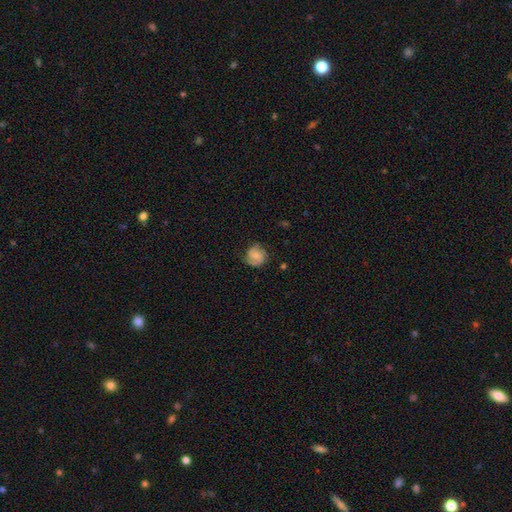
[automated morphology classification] Q: Smooth or featured?
A: featured or disk (54%); runner-up: smooth (38%)
Q: Edge-on disk?
A: no (98%); runner-up: yes (2%)
Q: Bar?
A: no (45%); runner-up: weak (44%)
Q: Spiral arms?
A: yes (91%); runner-up: no (9%)
Q: Bulge size?
A: small (42%); runner-up: moderate (29%)
Q: Merging?
A: none (75%); runner-up: minor disturbance (18%)